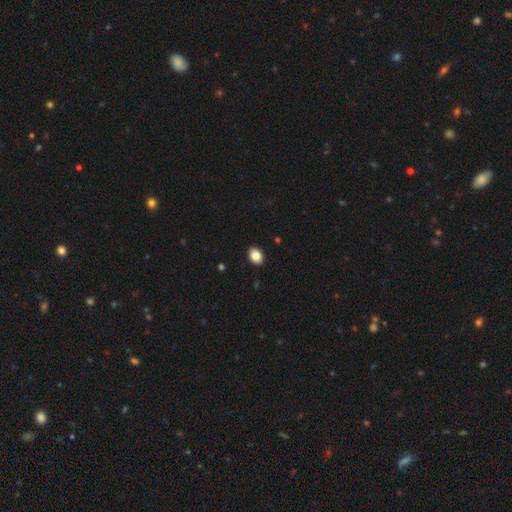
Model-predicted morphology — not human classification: type=smooth (86%); roundness=in between (68%); merging=none (91%).